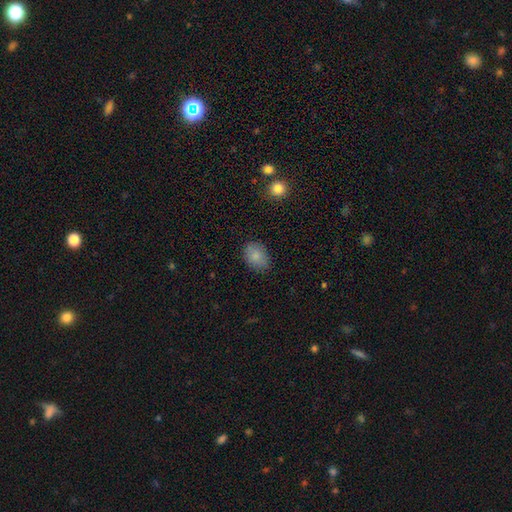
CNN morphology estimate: Overall: smooth (85%). How rounded: in between (73%). Merging: none (84%).